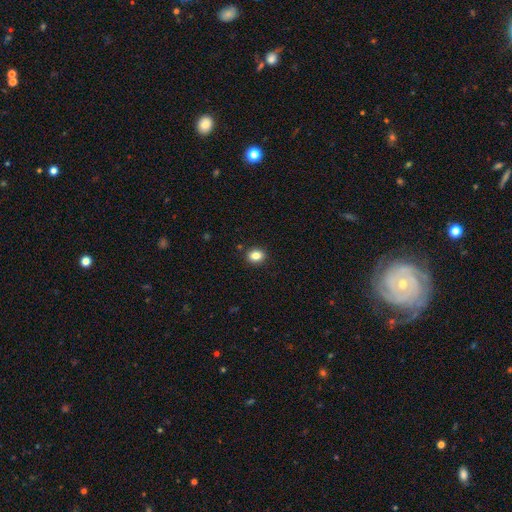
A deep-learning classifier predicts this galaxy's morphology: Q: Smooth or featured?
A: smooth (83%); runner-up: star or artifact (11%)
Q: How rounded?
A: round (55%); runner-up: in between (44%)
Q: Merging?
A: none (90%); runner-up: minor disturbance (7%)